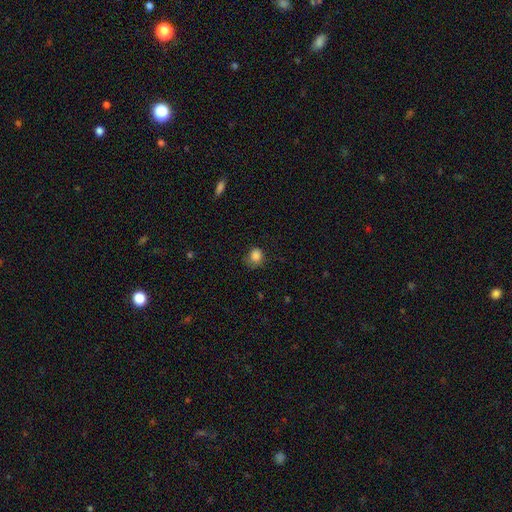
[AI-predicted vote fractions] The model was most divided on "merging": none: 61%, minor disturbance: 27%, major disturbance: 10%, merger: 1%. More confident: smooth or featured — smooth (85%); how rounded — round (73%).